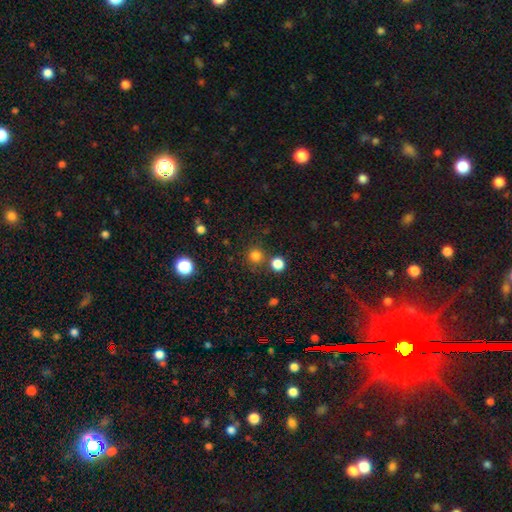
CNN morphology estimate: This appears to be a smooth galaxy with no disk features (79%) that is round (93%). Merging: none (78%).